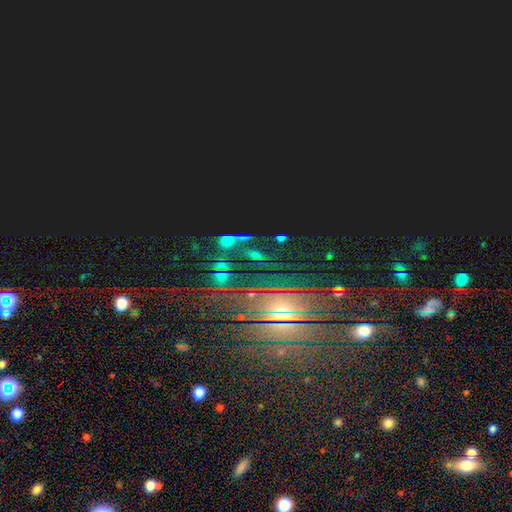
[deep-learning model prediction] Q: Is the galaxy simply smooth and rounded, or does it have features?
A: star or artifact — 67%.